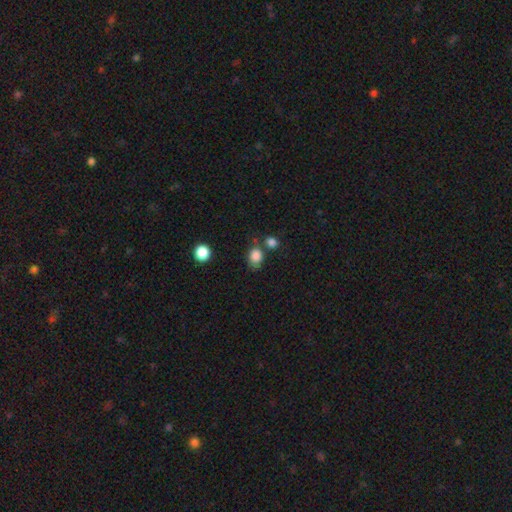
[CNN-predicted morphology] smooth-or-featured: smooth: 85% | star or artifact: 11% | featured or disk: 5%
  how-rounded: in between: 51% | round: 48% | cigar-shaped: 1%
  merging: none: 60% | minor disturbance: 18% | merger: 16% | major disturbance: 6%